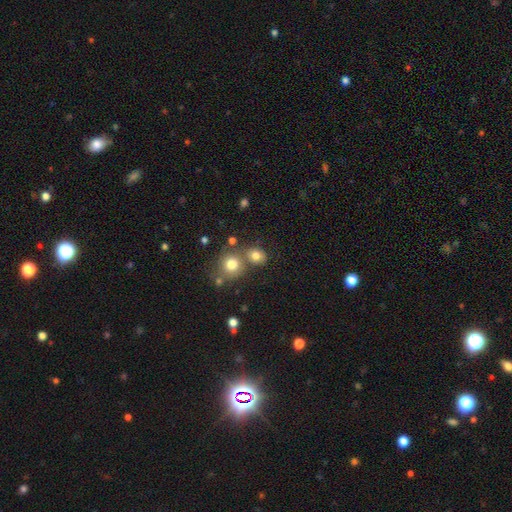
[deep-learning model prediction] The model was most divided on "merging": none: 58%, merger: 27%, minor disturbance: 11%, major disturbance: 4%. More confident: smooth or featured — smooth (77%); how rounded — round (67%).